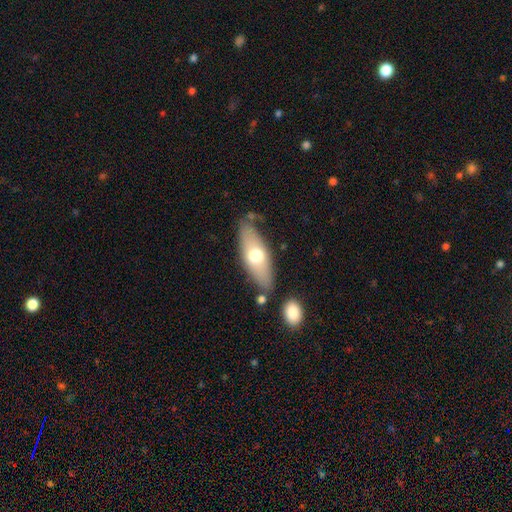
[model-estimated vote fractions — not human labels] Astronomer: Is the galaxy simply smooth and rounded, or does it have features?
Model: smooth — 62%.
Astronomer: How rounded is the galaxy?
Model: in between — 66%.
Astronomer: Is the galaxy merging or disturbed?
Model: none — 74%.